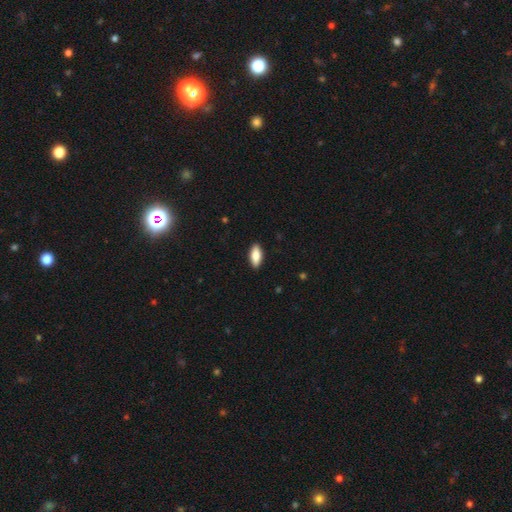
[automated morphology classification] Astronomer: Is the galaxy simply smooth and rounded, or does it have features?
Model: smooth — 83%.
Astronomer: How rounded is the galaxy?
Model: in between — 80%.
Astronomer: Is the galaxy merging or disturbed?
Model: none — 89%.